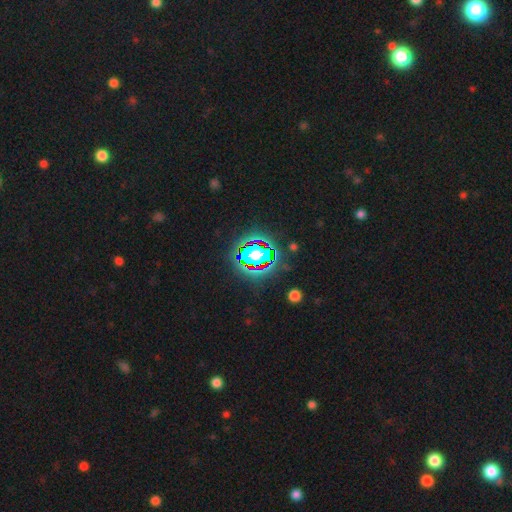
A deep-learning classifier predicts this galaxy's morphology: Smooth or featured: star or artifact — 54% (smooth — 25%)